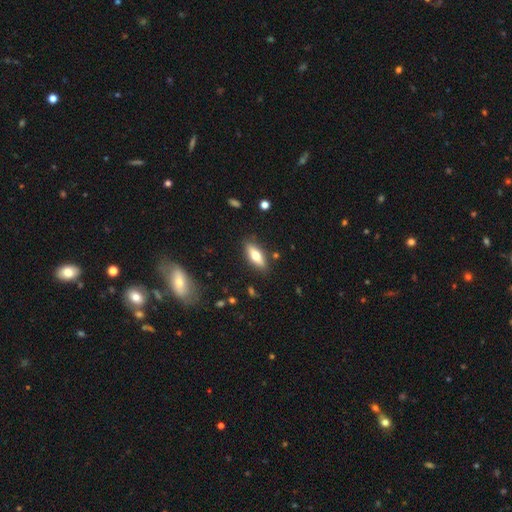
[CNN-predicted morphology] Smooth or featured? Predicted: smooth (p=0.61). How rounded? Predicted: in between (p=0.65). Merging? Predicted: none (p=0.85).